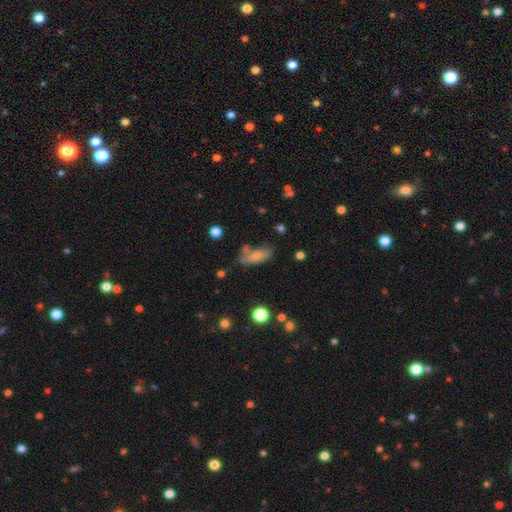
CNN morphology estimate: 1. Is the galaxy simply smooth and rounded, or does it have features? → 73% smooth, 19% featured or disk, 9% star or artifact.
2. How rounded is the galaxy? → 82% in between, 14% cigar-shaped, 4% round.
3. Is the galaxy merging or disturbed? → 51% none, 24% minor disturbance, 16% merger, 9% major disturbance.